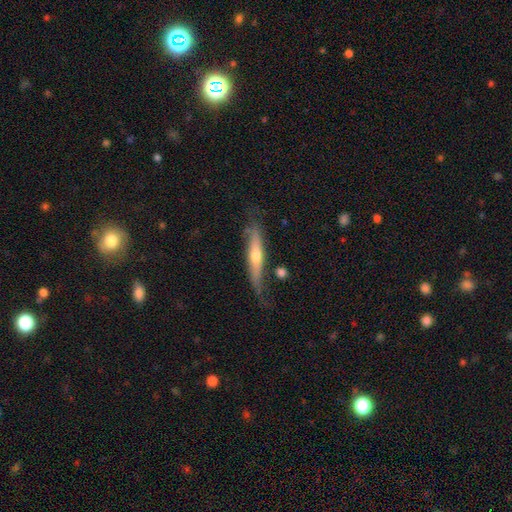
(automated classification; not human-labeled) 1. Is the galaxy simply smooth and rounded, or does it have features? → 62% featured or disk, 33% smooth, 6% star or artifact.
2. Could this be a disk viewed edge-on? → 88% yes, 12% no.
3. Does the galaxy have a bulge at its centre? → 84% rounded, 12% none, 3% boxy.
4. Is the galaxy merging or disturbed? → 65% none, 24% minor disturbance, 8% major disturbance, 4% merger.